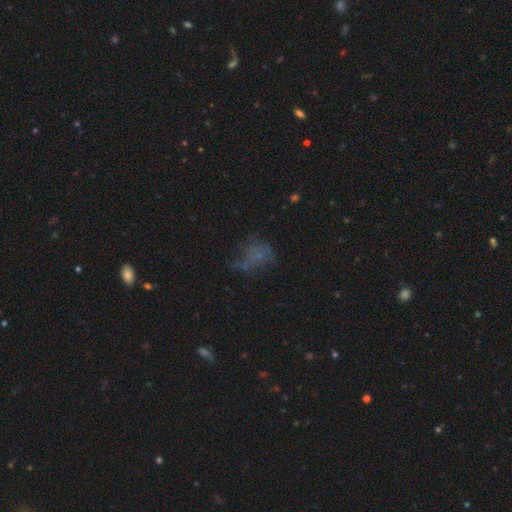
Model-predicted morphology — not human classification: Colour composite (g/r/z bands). It shows a smooth galaxy with no disk features (45%). Merging: none (37%).